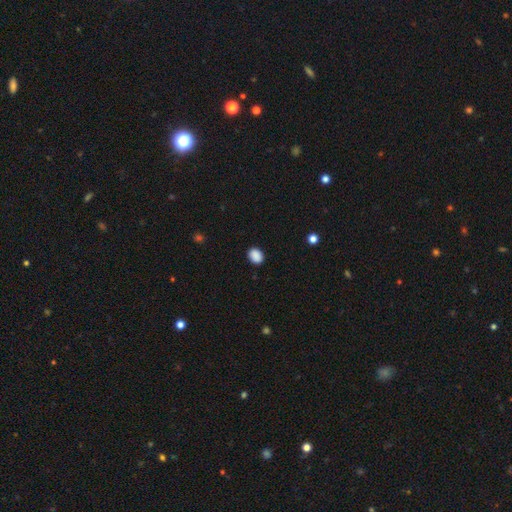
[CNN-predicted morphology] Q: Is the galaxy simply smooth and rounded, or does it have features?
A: smooth — 89%.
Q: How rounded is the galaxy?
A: in between — 60%.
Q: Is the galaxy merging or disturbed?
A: none — 88%.